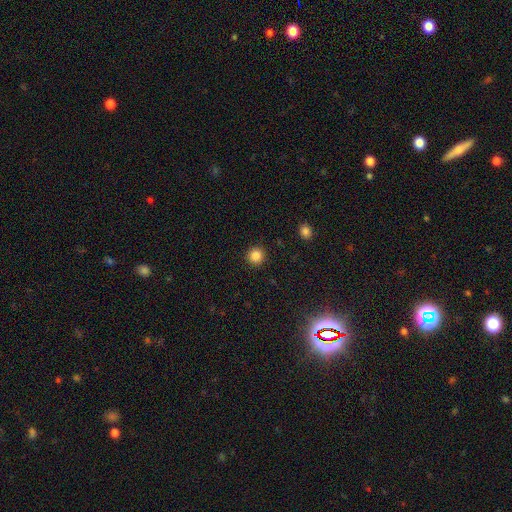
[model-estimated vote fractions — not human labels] This appears to be a smooth galaxy with no disk features (85%) that is round (95%). Merging: none (93%).